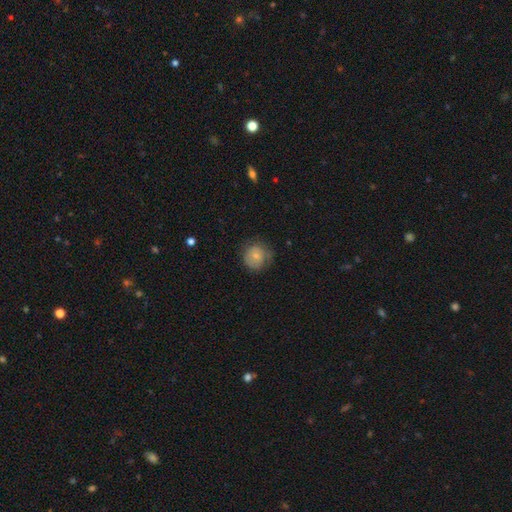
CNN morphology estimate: The model was most divided on "merging": none: 64%, minor disturbance: 25%, major disturbance: 10%, merger: 1%. More confident: how rounded — round (84%); smooth or featured — smooth (75%).